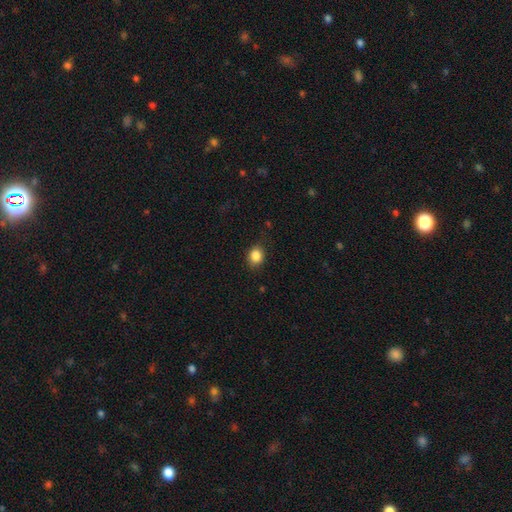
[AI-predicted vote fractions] Smooth or featured: smooth — 85% (star or artifact — 10%)
How rounded: round — 57% (in between — 42%)
Merging: none — 81% (minor disturbance — 15%)